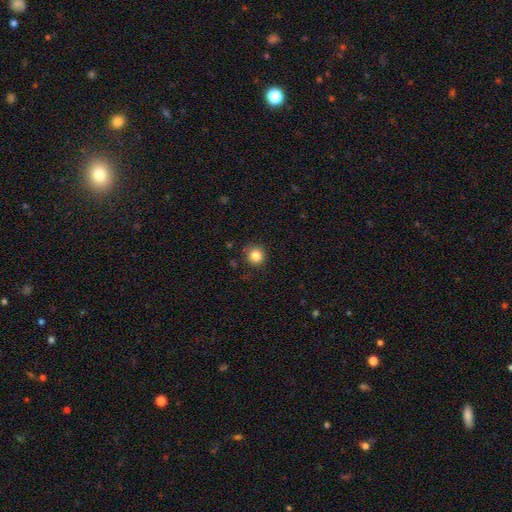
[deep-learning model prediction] Q: Smooth or featured?
A: smooth (85%); runner-up: star or artifact (11%)
Q: How rounded?
A: round (91%); runner-up: in between (8%)
Q: Merging?
A: none (87%); runner-up: minor disturbance (9%)